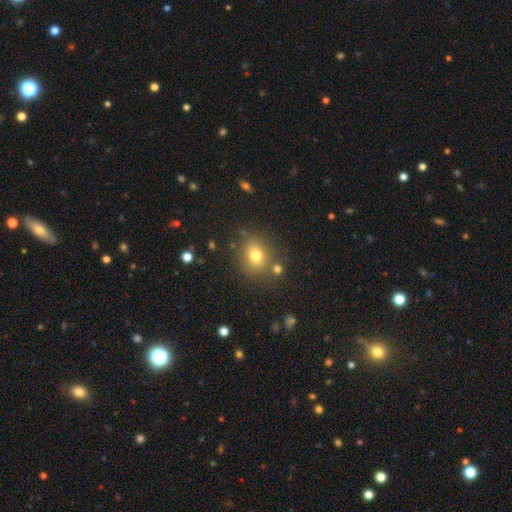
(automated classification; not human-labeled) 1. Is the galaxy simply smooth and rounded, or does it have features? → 75% smooth, 14% star or artifact, 11% featured or disk.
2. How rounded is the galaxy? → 61% round, 38% in between, 1% cigar-shaped.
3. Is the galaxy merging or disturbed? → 77% none, 11% minor disturbance, 7% merger, 4% major disturbance.